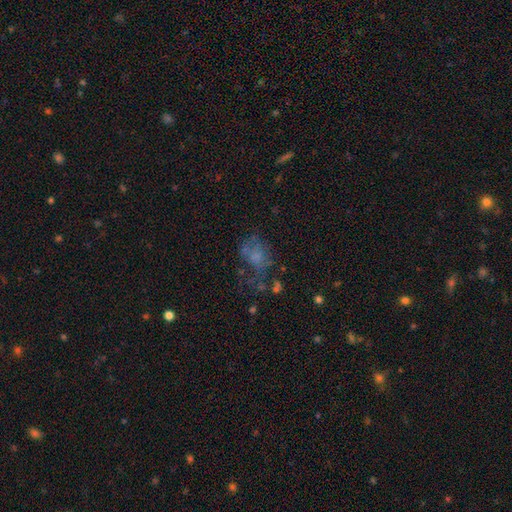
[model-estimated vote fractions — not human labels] This appears to be a smooth galaxy with no disk features (45%). Merging: none (36%).